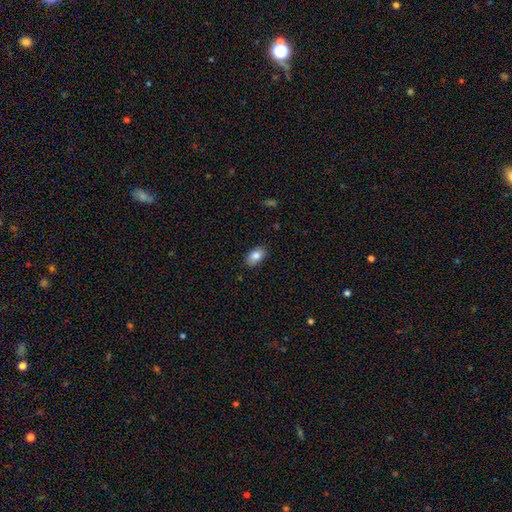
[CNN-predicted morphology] smooth 84%, featured or disk 8%, star or artifact 8%. Down the decision tree: how rounded — in between (90%); merging — none (86%).